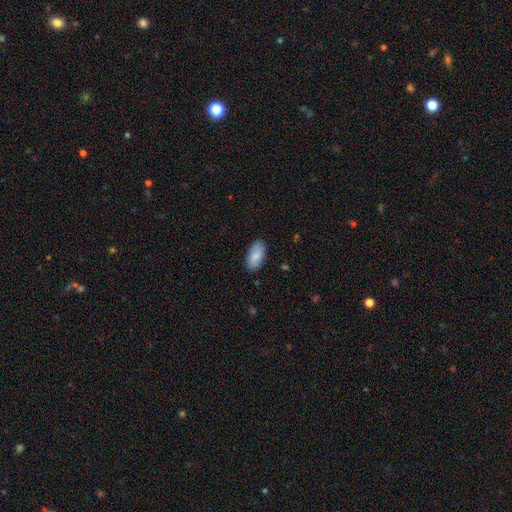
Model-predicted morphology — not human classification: A smooth galaxy with no disk features (84%) that is in between round and cigar-shaped (94%). Merging: none (86%).